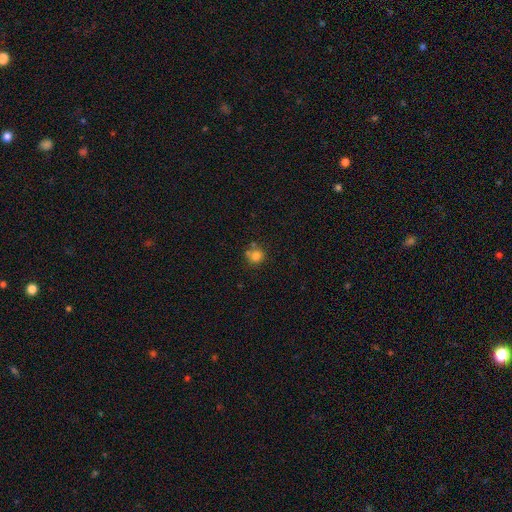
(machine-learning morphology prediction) Smooth or featured? Predicted: smooth (p=0.79). How rounded? Predicted: round (p=0.88). Merging? Predicted: none (p=0.64).